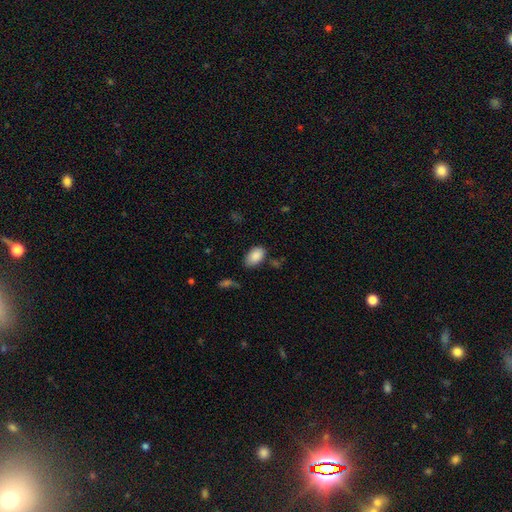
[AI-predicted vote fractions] A smooth galaxy with no disk features (88%) that is in between round and cigar-shaped (93%).

Vote fractions:
- Smooth or featured? smooth: 88% / star or artifact: 7% / featured or disk: 5%
- How rounded? in between: 93% / round: 6% / cigar-shaped: 1%
- Merging? none: 71% / minor disturbance: 21% / major disturbance: 5% / merger: 3%